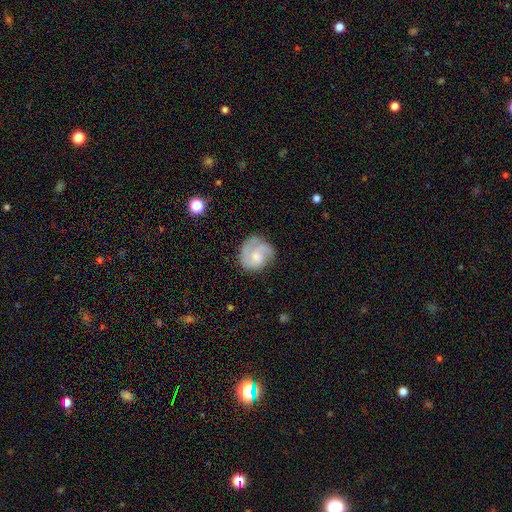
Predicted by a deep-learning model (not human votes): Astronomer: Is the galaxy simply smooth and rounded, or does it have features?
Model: featured or disk — 73%.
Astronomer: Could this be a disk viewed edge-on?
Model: no — 98%.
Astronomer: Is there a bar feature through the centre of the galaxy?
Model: no — 67%.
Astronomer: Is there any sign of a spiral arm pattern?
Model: yes — 93%.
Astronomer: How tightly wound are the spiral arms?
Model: tight — 42%, tied with medium at 42%.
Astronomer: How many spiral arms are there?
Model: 2 — 43% (runner-up: 1, 19%).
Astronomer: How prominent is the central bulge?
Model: small — 49% (runner-up: moderate, 38%).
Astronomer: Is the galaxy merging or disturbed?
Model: none — 66%.